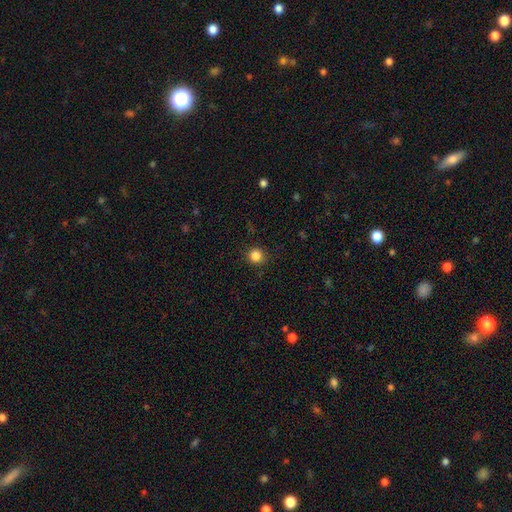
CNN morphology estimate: Smooth or featured? smooth (85%)
How rounded? round (91%)
Merging? none (90%)